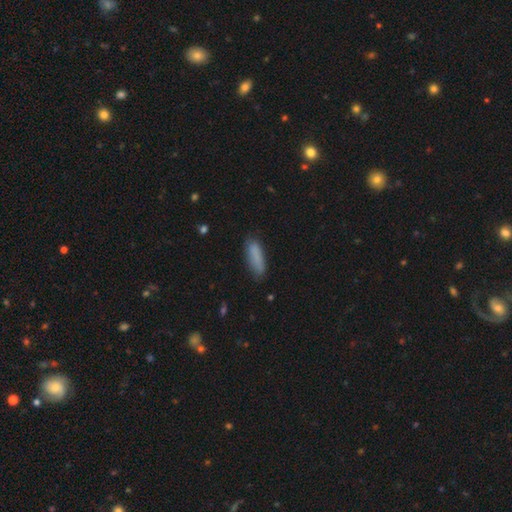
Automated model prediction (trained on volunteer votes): This is clearly a smooth galaxy (86%). How rounded: possibly cigar-shaped (53%). Merging: likely none (75%).